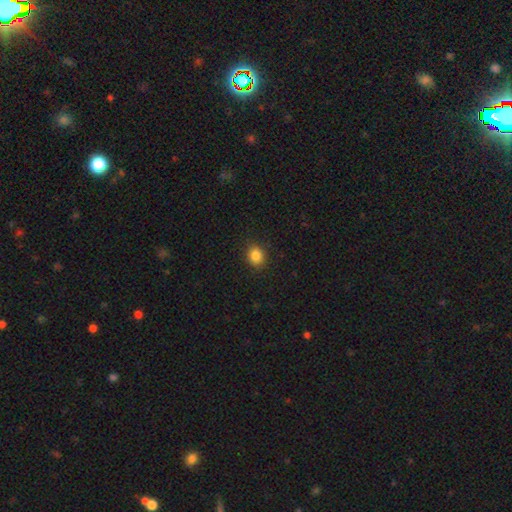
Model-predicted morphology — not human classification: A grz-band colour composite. It shows a smooth galaxy with no disk features (85%) that is round (64%). Merging: none (89%).